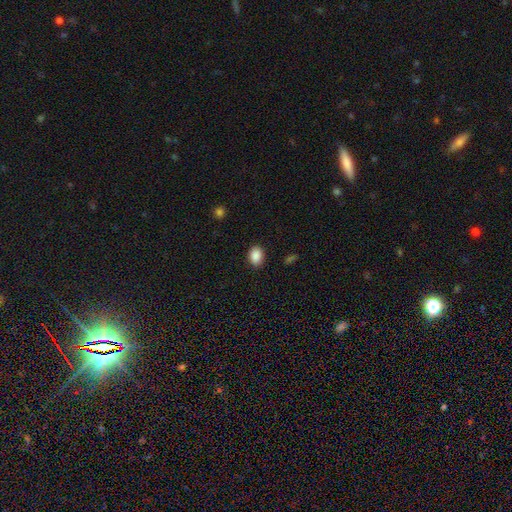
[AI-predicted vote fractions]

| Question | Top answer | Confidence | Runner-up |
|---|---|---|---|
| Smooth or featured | smooth | 89% | star or artifact (8%) |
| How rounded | in between | 71% | round (28%) |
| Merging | none | 88% | minor disturbance (9%) |